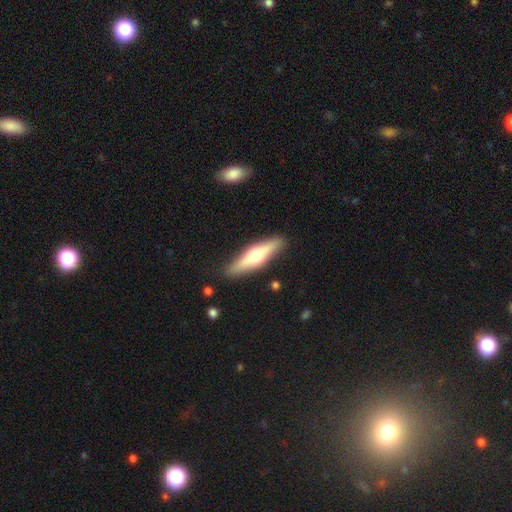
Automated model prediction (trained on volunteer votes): Smooth or featured?
  - featured or disk: 55% *
  - smooth: 40%
  - star or artifact: 5%
Edge-on disk?
  - yes: 93% *
  - no: 7%
Edge-on bulge?
  - rounded: 92% *
  - boxy: 5%
  - none: 4%
Merging?
  - none: 87% *
  - minor disturbance: 9%
  - major disturbance: 2%
  - merger: 1%